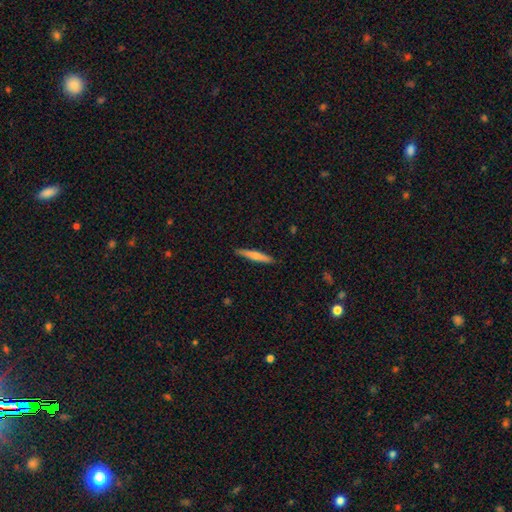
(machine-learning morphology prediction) The model was most divided on "smooth or featured": smooth: 68%, featured or disk: 27%, star or artifact: 5%. More confident: how rounded — cigar-shaped (94%); merging — none (89%).